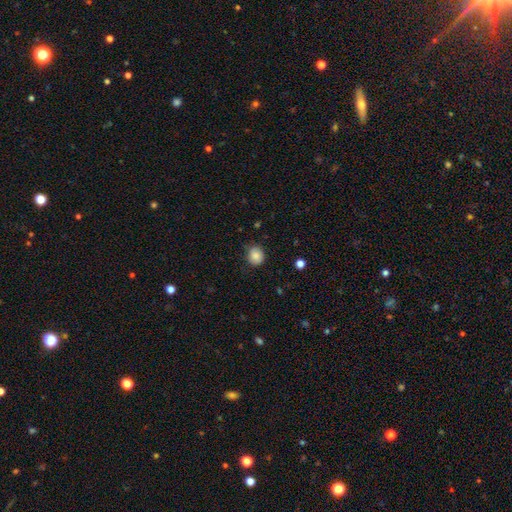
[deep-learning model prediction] Q: Smooth or featured?
A: smooth (86%); runner-up: star or artifact (9%)
Q: How rounded?
A: round (73%); runner-up: in between (26%)
Q: Merging?
A: none (80%); runner-up: minor disturbance (16%)